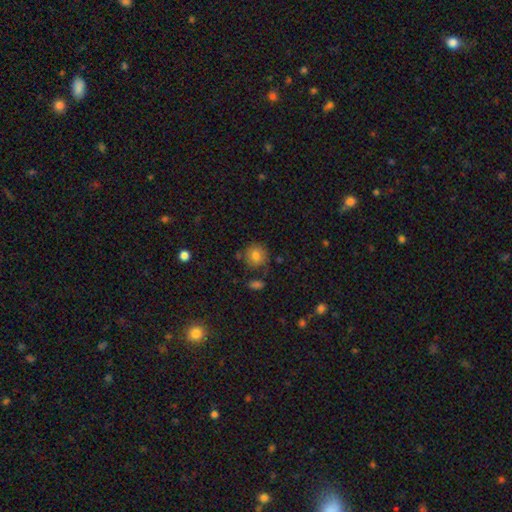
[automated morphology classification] A smooth galaxy with no disk features (78%) that is round (87%). Merging: none (74%).